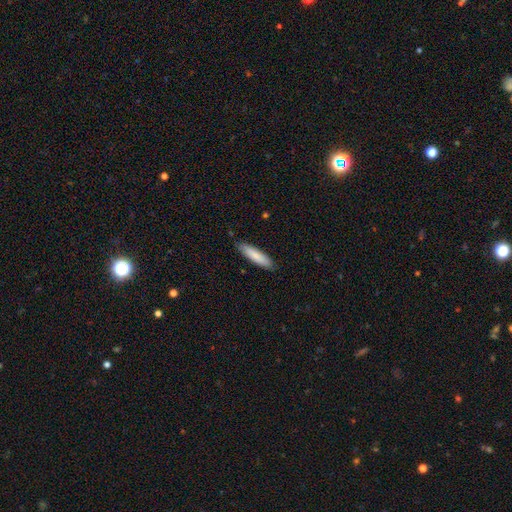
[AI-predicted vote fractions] smooth-or-featured: smooth: 84% | featured or disk: 11% | star or artifact: 5%
  how-rounded: cigar-shaped: 77% | in between: 22% | round: 1%
  merging: none: 87% | minor disturbance: 10% | major disturbance: 2% | merger: 1%